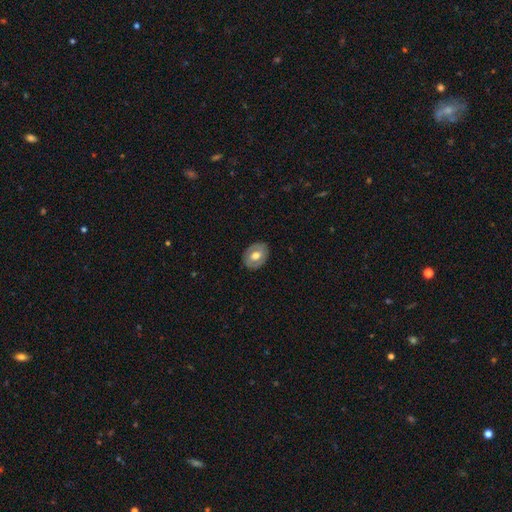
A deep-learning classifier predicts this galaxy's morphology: Q: Smooth or featured?
A: smooth (49%); runner-up: featured or disk (46%)
Q: Merging?
A: none (85%); runner-up: minor disturbance (11%)